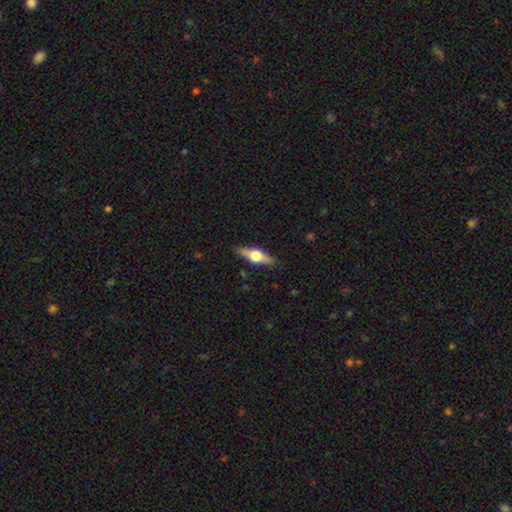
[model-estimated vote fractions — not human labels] Smooth or featured: featured or disk — 61% (smooth — 33%)
Edge-on disk: yes — 95% (no — 5%)
Edge-on bulge: rounded — 94% (boxy — 4%)
Merging: none — 87% (minor disturbance — 10%)